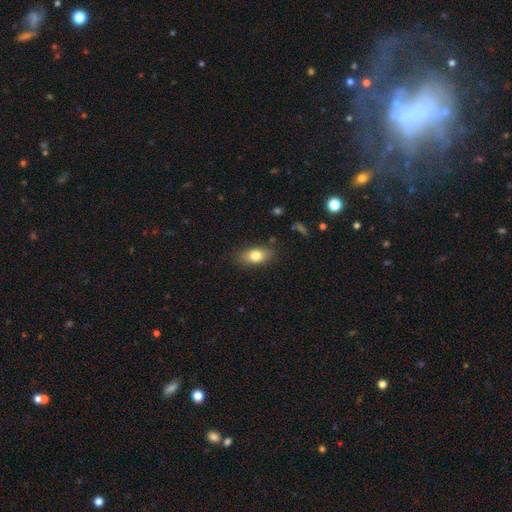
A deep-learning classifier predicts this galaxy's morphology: Overall: smooth (78%). How rounded: in between (84%). Merging: none (82%).